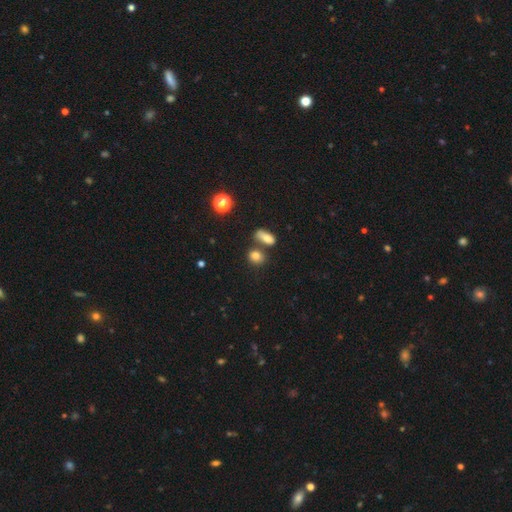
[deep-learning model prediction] smooth 80%, star or artifact 12%, featured or disk 8%. Down the decision tree: how rounded — round (52%); merging — none (60%).